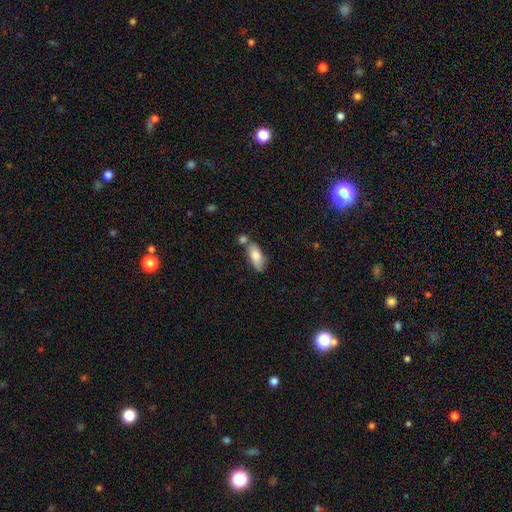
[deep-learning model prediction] smooth 75%, featured or disk 18%, star or artifact 6%. Down the decision tree: how rounded — in between (85%); merging — none (52%).